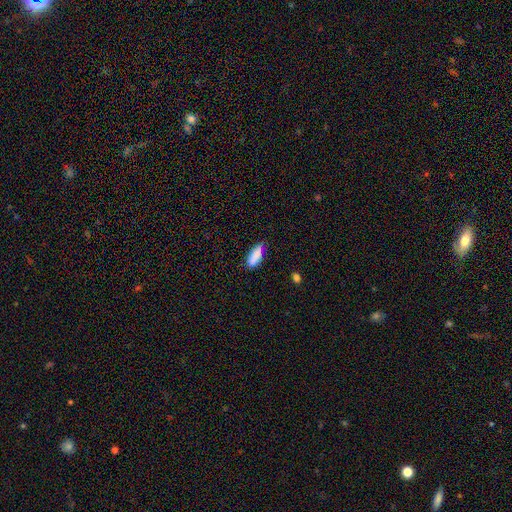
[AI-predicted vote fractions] Smooth or featured? Predicted: smooth (p=0.85). How rounded? Predicted: in between (p=0.66). Merging? Predicted: none (p=0.67).